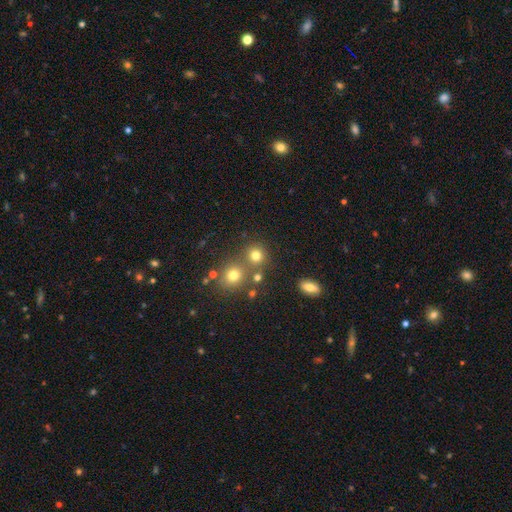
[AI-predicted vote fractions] Q: Smooth or featured?
A: smooth (75%); runner-up: star or artifact (17%)
Q: How rounded?
A: round (86%); runner-up: in between (13%)
Q: Merging?
A: none (67%); runner-up: merger (21%)